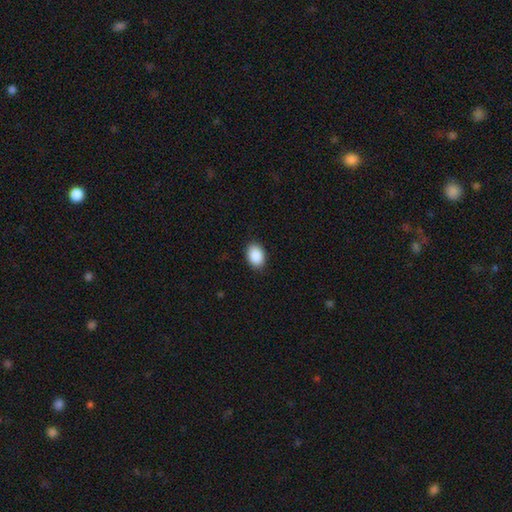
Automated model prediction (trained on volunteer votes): smooth 90%, star or artifact 7%, featured or disk 3%. Down the decision tree: how rounded — in between (82%); merging — none (88%).